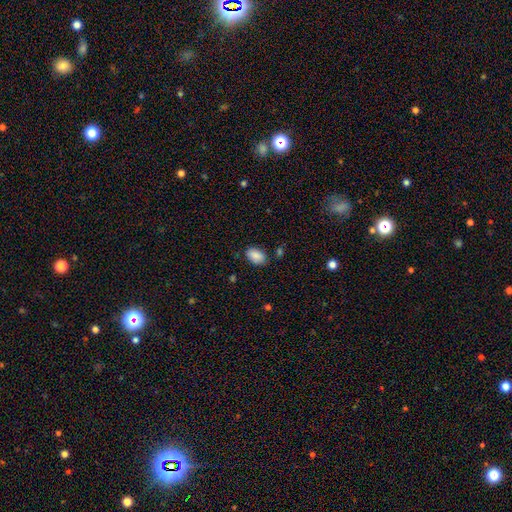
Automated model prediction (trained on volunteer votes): smooth_or_featured: smooth (p=0.88) [alt: star or artifact p=0.07]
how_rounded: in between (p=0.90) [alt: round p=0.09]
merging: none (p=0.77) [alt: minor disturbance p=0.16]